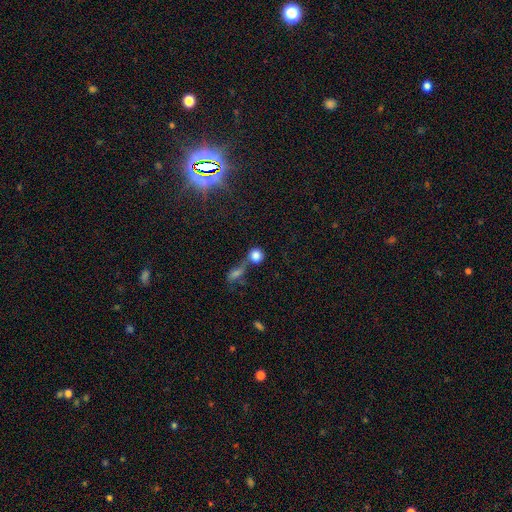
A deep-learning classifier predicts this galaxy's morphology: Smooth or featured? Predicted: smooth (p=0.81). How rounded? Predicted: round (p=0.86). Merging? Predicted: none (p=0.48).